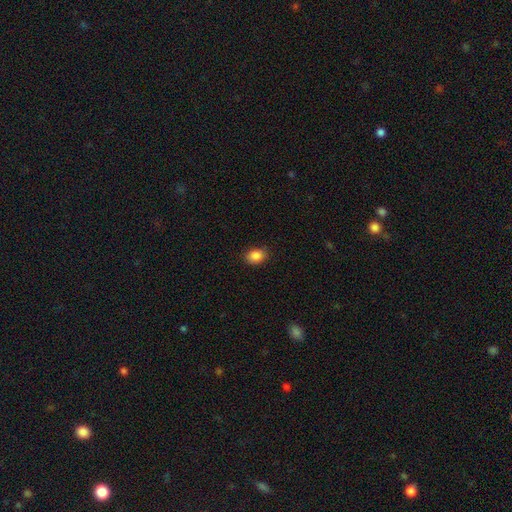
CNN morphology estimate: This appears to be a smooth galaxy with no disk features (87%) that is in between round and cigar-shaped (62%). Merging: none (85%).